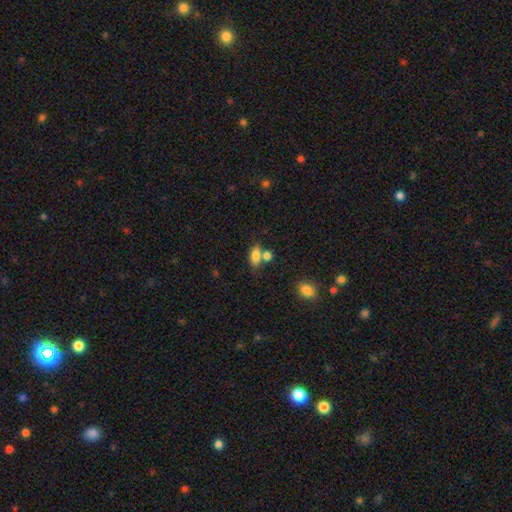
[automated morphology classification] Overall: smooth (80%). How rounded: in between (82%). Merging: none (49%; merger 33%).